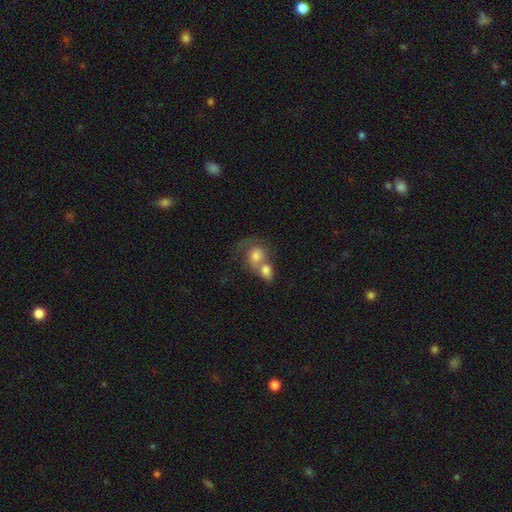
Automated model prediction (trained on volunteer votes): The model was most divided on "how rounded": round: 60%, in between: 38%, cigar-shaped: 1%. More confident: merging — merger (74%); smooth or featured — smooth (64%).